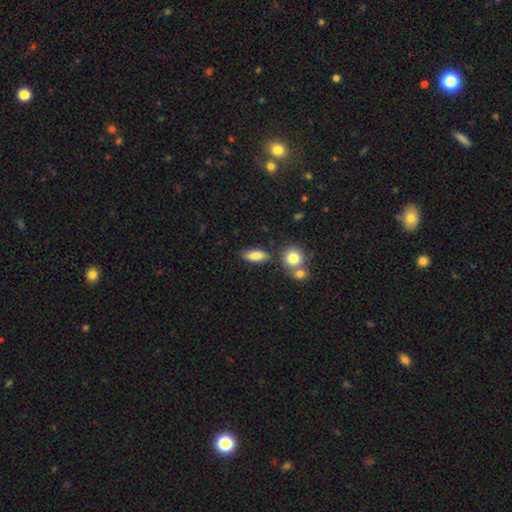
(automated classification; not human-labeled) smooth_or_featured: smooth (p=0.83) [alt: featured or disk p=0.09]
how_rounded: in between (p=0.73) [alt: cigar-shaped p=0.21]
merging: none (p=0.73) [alt: minor disturbance p=0.13]